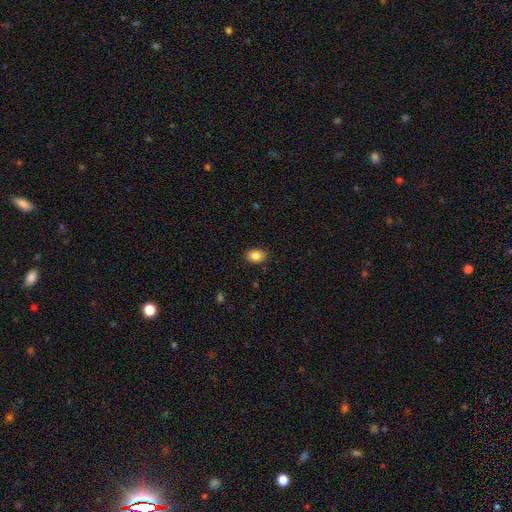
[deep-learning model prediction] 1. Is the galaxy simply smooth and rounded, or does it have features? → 85% smooth, 9% star or artifact, 6% featured or disk.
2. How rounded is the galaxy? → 80% in between, 18% round, 1% cigar-shaped.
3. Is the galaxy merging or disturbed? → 87% none, 10% minor disturbance, 2% major disturbance, 1% merger.